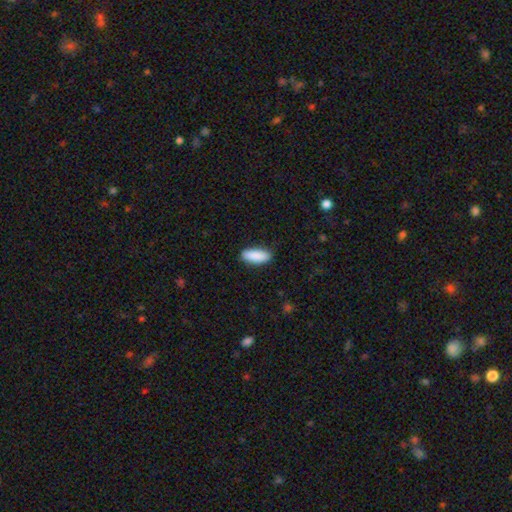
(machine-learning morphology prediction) type=smooth (90%); roundness=in between (78%); merging=none (87%).